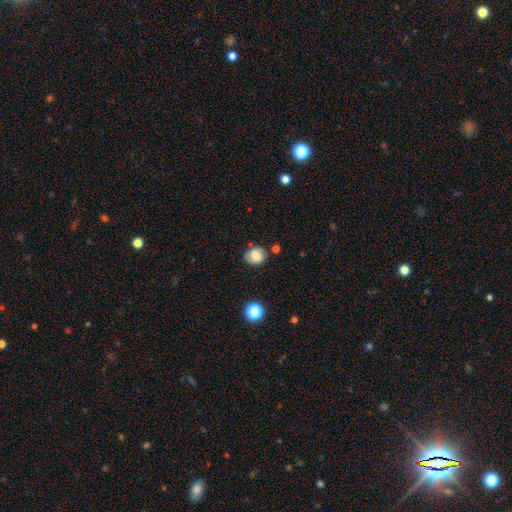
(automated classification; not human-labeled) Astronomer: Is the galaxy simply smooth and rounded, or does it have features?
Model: smooth — 70%.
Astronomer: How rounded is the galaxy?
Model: round — 62% (runner-up: in between, 37%).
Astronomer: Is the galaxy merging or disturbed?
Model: none — 70%.